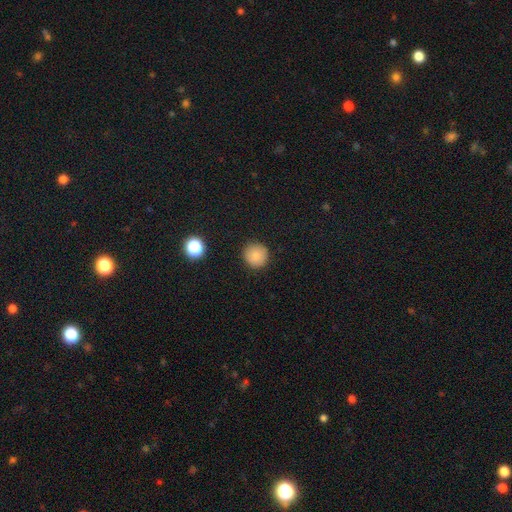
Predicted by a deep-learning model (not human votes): Smooth or featured?
  - smooth: 84% *
  - star or artifact: 10%
  - featured or disk: 6%
How rounded?
  - round: 95% *
  - in between: 4%
  - cigar-shaped: 1%
Merging?
  - none: 90% *
  - minor disturbance: 7%
  - major disturbance: 2%
  - merger: 1%